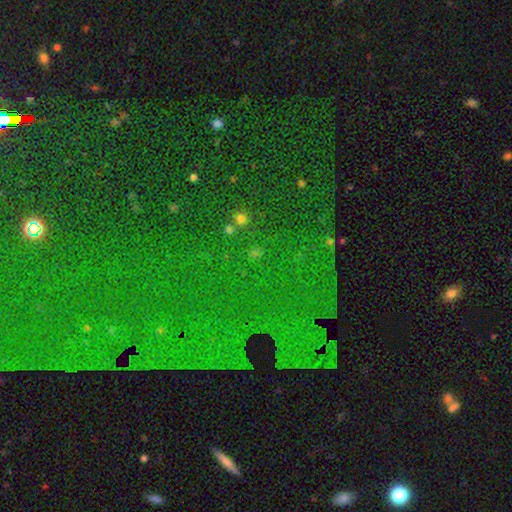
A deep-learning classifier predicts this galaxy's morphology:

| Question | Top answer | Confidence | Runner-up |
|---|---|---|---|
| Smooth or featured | star or artifact | 79% | smooth (12%) |